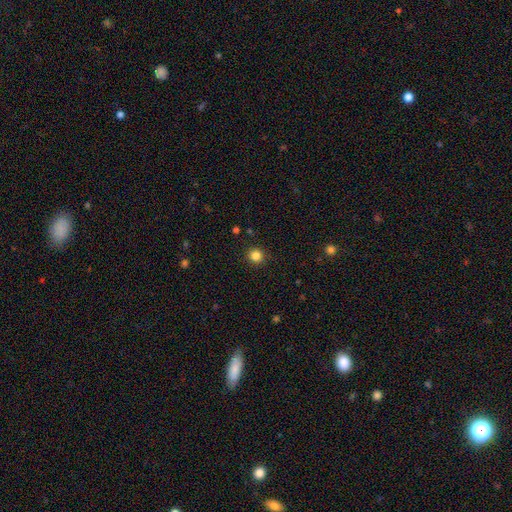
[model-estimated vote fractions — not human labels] Smooth or featured? smooth (84%)
How rounded? round (93%)
Merging? none (92%)